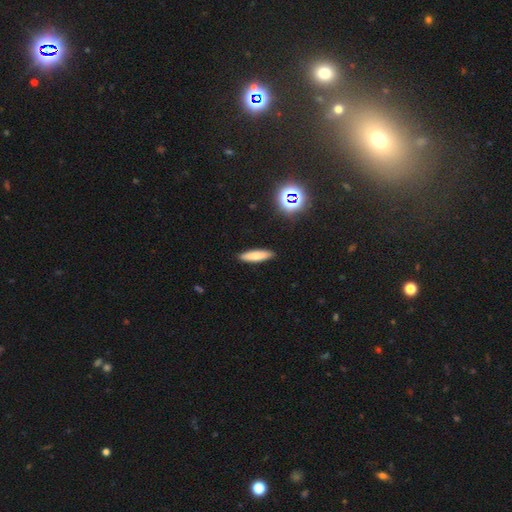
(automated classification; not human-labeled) Morphology: type=smooth (76%); roundness=cigar-shaped (65%); merging=none (90%).